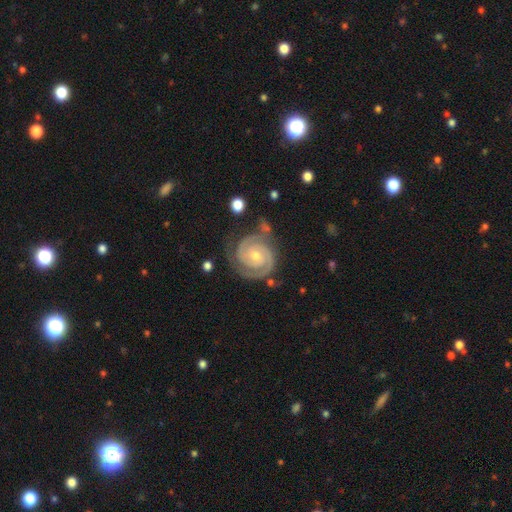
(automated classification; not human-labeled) Smooth or featured? featured or disk (91%)
Edge-on disk? no (98%)
Bar? no (67%)
Spiral arms? yes (99%)
Spiral winding? tight (80%)
Spiral arm count? 2 (84%)
Bulge size? small (54%)
Merging? none (76%)